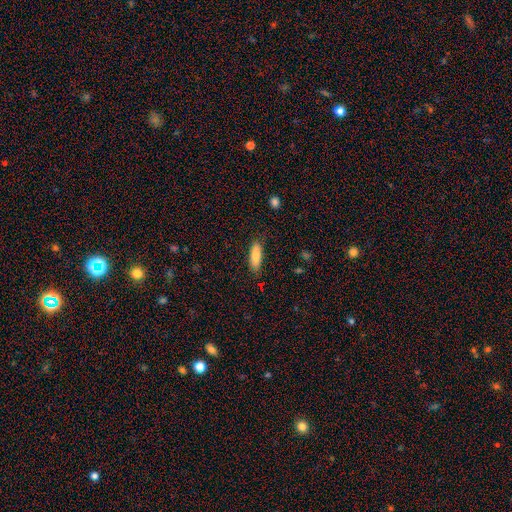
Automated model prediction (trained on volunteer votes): Smooth or featured? smooth (84%)
How rounded? in between (53%)
Merging? none (83%)